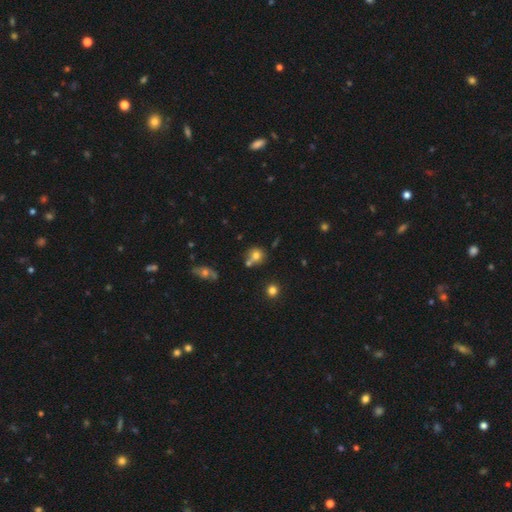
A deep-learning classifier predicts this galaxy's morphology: type=smooth (73%); roundness=round (80%); merging=none (54%).